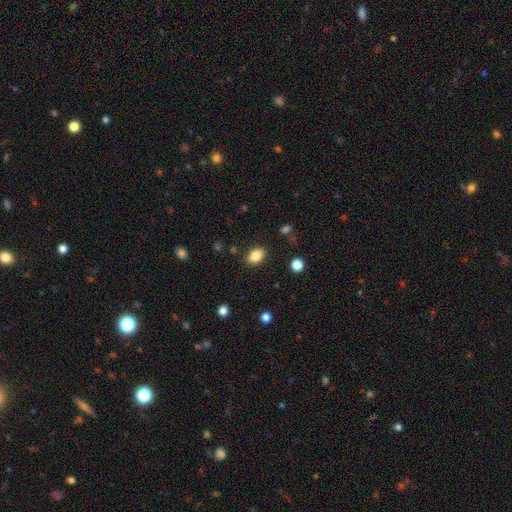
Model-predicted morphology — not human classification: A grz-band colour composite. It shows a smooth galaxy with no disk features (84%) that is in between round and cigar-shaped (80%). Merging: none (86%).